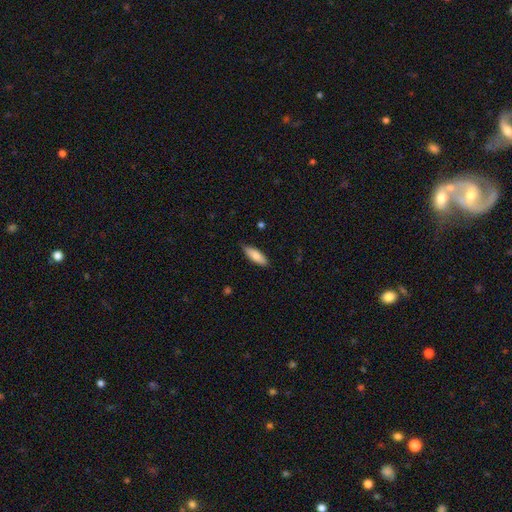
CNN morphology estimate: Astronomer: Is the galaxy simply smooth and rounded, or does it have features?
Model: smooth — 82%.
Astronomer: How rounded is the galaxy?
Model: in between — 61% (runner-up: cigar-shaped, 38%).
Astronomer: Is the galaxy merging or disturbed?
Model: none — 83%.